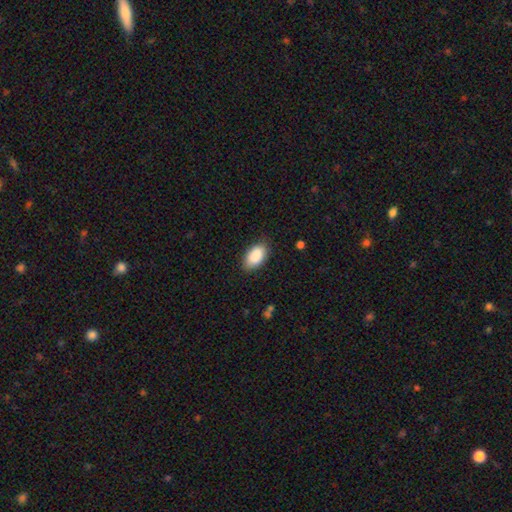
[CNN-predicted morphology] Q: Smooth or featured?
A: smooth (90%); runner-up: star or artifact (6%)
Q: How rounded?
A: in between (95%); runner-up: round (4%)
Q: Merging?
A: none (82%); runner-up: minor disturbance (14%)